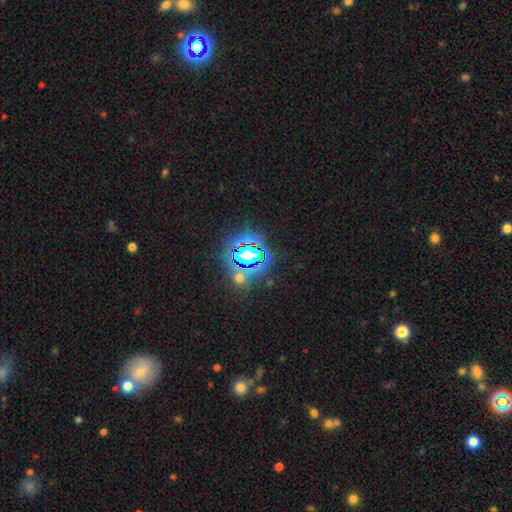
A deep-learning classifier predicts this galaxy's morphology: Smooth or featured: star or artifact — 81% (smooth — 12%)